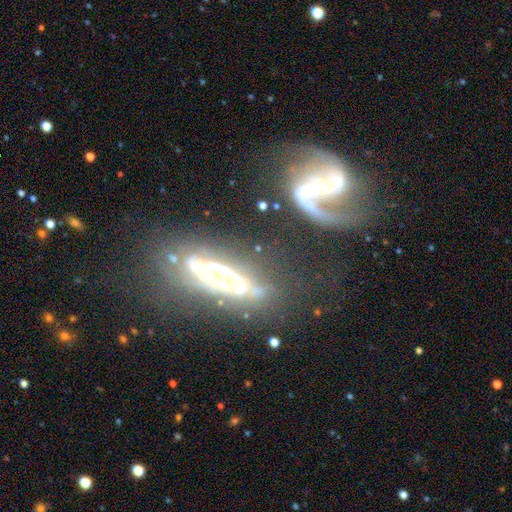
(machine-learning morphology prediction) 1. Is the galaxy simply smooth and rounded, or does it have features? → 72% featured or disk, 18% smooth, 11% star or artifact.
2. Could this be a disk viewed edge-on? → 66% no, 34% yes.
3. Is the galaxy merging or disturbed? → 49% none, 20% merger, 16% minor disturbance, 15% major disturbance.